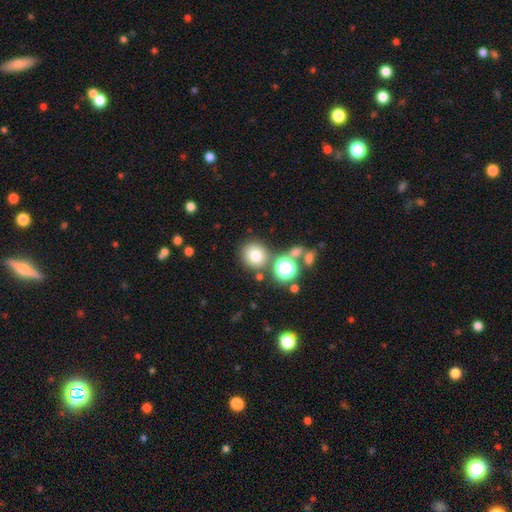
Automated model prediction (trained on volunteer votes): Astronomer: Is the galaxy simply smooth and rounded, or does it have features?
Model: smooth — 74%.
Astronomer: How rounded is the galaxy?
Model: round — 89%.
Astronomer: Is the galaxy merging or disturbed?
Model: none — 75%.